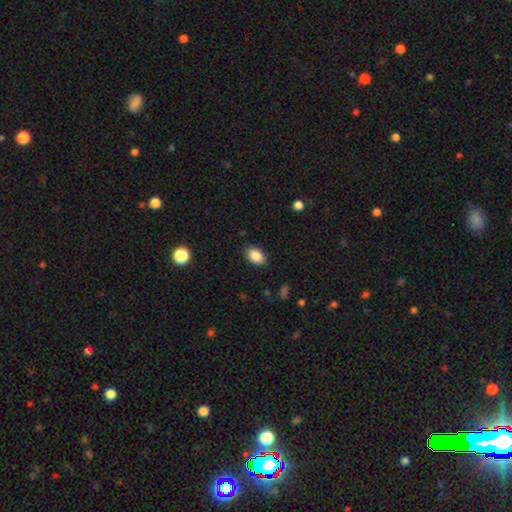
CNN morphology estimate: Smooth or featured: smooth — 87% (star or artifact — 8%)
How rounded: in between — 86% (round — 13%)
Merging: none — 87% (minor disturbance — 10%)